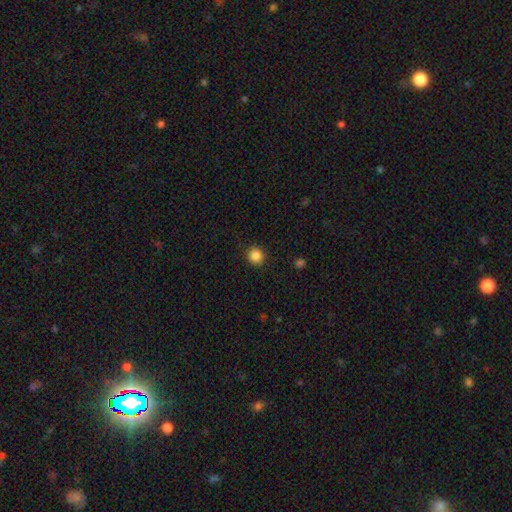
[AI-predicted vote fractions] This is clearly a smooth galaxy (86%). How rounded: clearly round (92%). Merging: clearly none (91%).